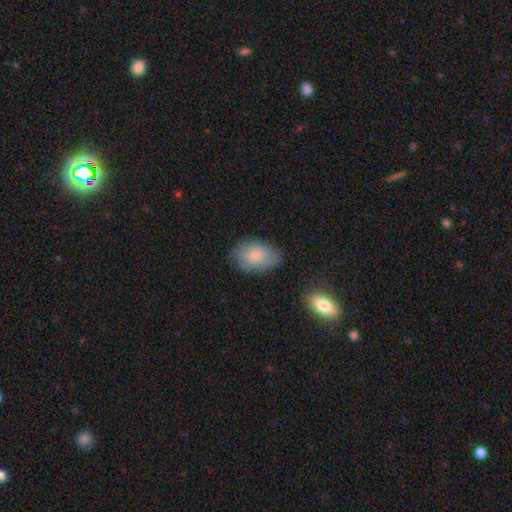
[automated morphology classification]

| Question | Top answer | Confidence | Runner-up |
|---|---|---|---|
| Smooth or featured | smooth | 79% | featured or disk (14%) |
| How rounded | in between | 86% | round (12%) |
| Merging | none | 67% | minor disturbance (25%) |